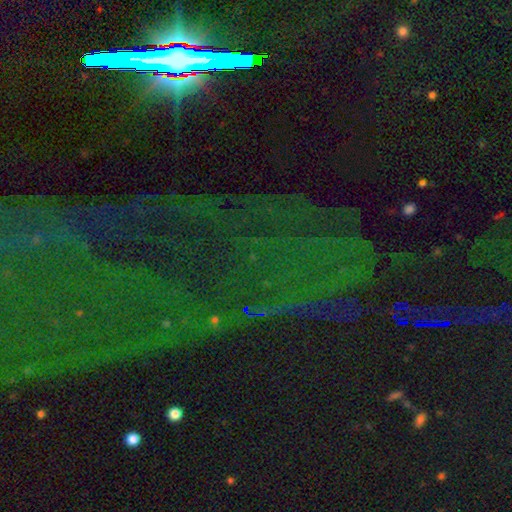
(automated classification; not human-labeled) This is clearly a star or artifact rather than a galaxy (84%).